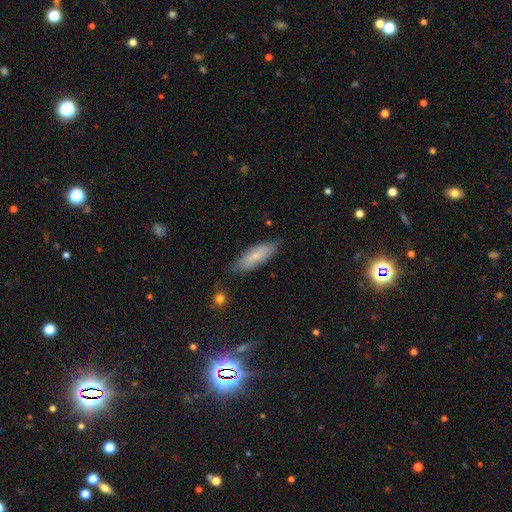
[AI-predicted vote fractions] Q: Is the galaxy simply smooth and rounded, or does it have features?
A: smooth — 72%.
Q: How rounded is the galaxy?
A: in between — 55%.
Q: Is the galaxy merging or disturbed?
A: none — 78%.